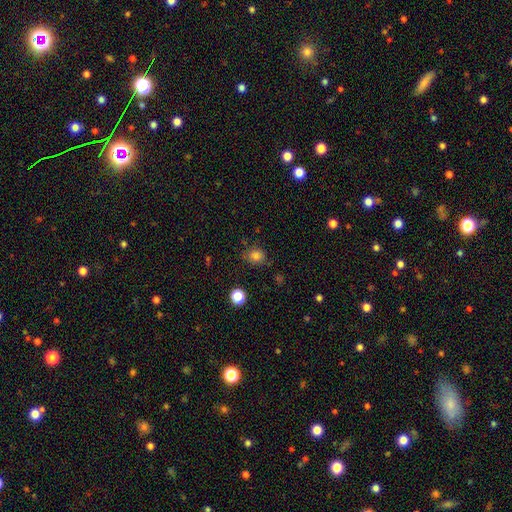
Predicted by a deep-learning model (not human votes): Morphology: type=smooth (79%); roundness=round (59%); merging=none (74%).